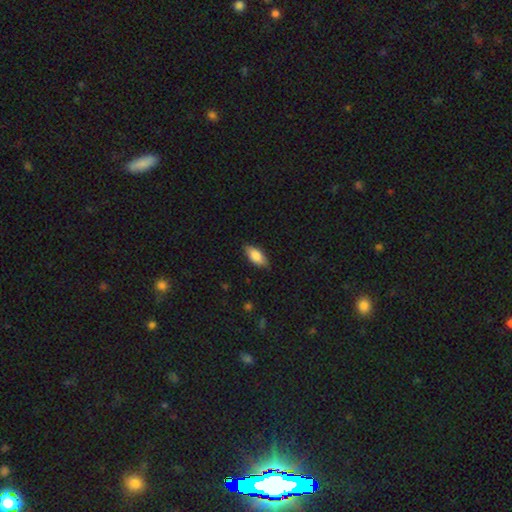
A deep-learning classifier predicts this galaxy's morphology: Smooth or featured? smooth (79%)
How rounded? in between (86%)
Merging? none (83%)